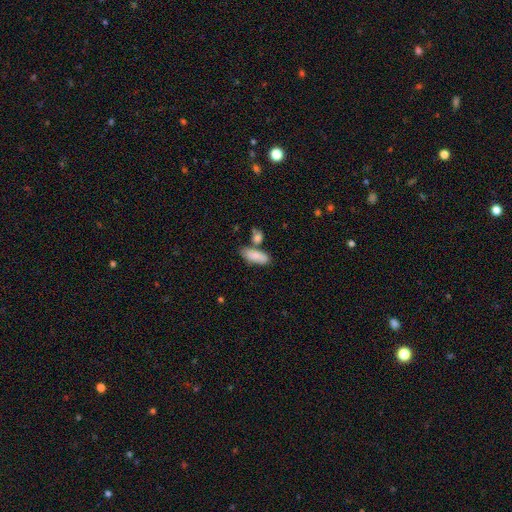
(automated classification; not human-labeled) The model was most divided on "merging": none: 59%, merger: 22%, minor disturbance: 15%, major disturbance: 5%. More confident: smooth or featured — smooth (85%); how rounded — in between (79%).